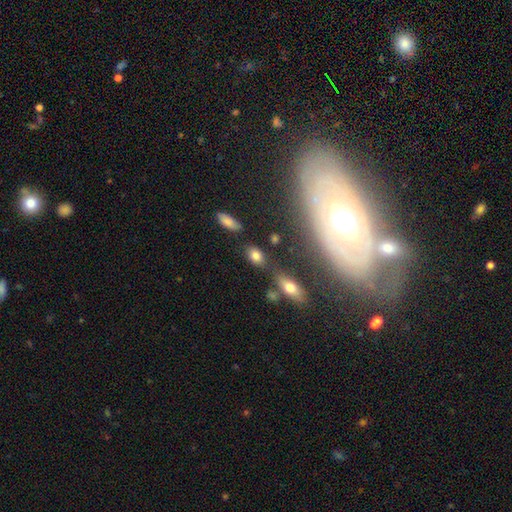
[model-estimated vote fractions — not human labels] A smooth galaxy with no disk features (81%) that is in between round and cigar-shaped (82%). Merging: none (71%).